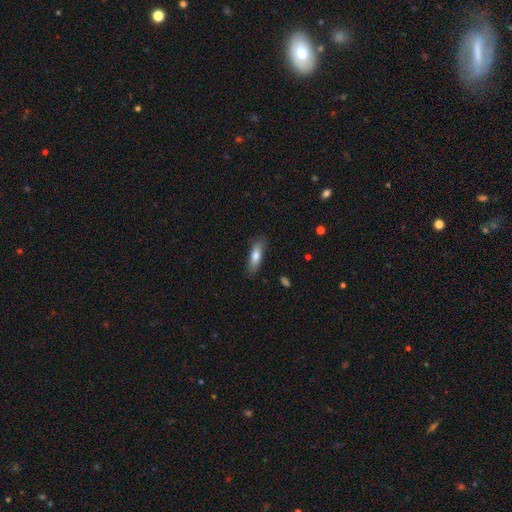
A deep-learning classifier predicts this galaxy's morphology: Smooth or featured? Predicted: smooth (p=0.75). How rounded? Predicted: cigar-shaped (p=0.50). Merging? Predicted: none (p=0.82).